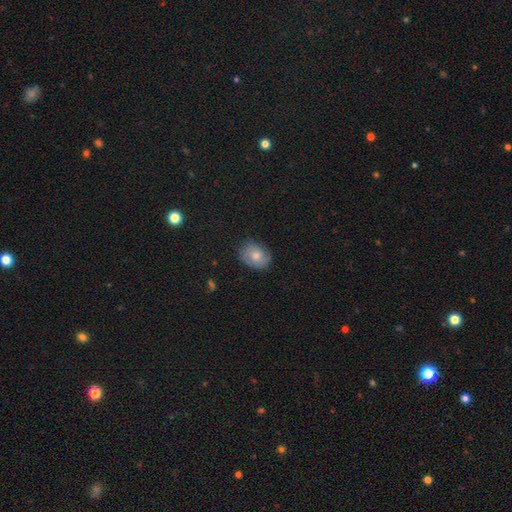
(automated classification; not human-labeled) The model was most divided on "how rounded": in between: 61%, round: 38%, cigar-shaped: 1%. More confident: merging — none (77%); smooth or featured — smooth (71%).